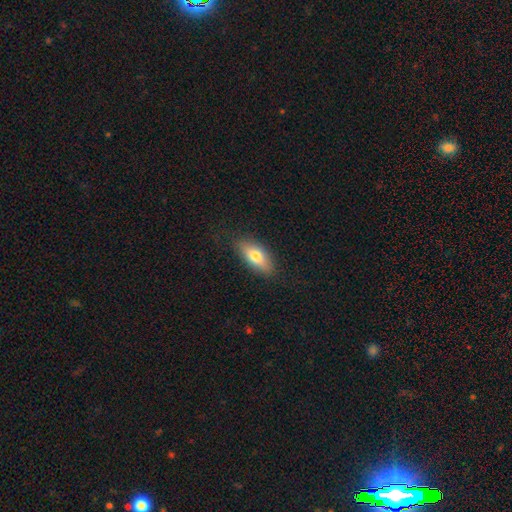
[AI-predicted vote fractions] A smooth galaxy with no disk features (73%) that is in between round and cigar-shaped (80%). Merging: none (83%).